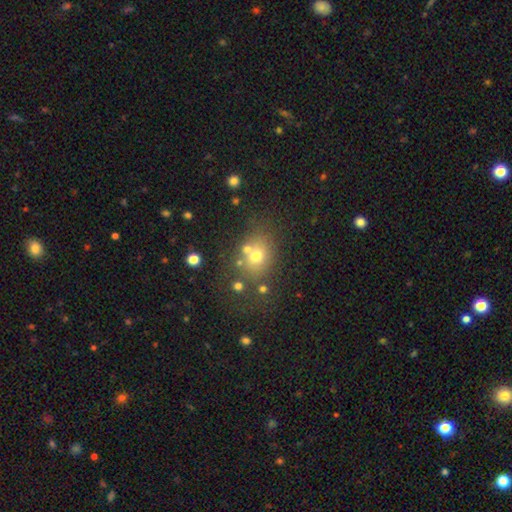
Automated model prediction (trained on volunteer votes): Q: Smooth or featured?
A: smooth (66%); runner-up: star or artifact (18%)
Q: How rounded?
A: round (57%); runner-up: in between (42%)
Q: Merging?
A: none (65%); runner-up: merger (14%)